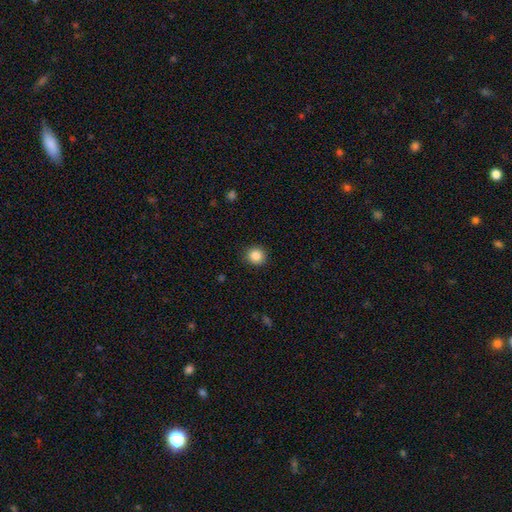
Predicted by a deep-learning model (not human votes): Smooth or featured?
  - smooth: 86% *
  - star or artifact: 10%
  - featured or disk: 4%
How rounded?
  - round: 92% *
  - in between: 7%
  - cigar-shaped: 1%
Merging?
  - none: 91% *
  - minor disturbance: 6%
  - major disturbance: 2%
  - merger: 1%